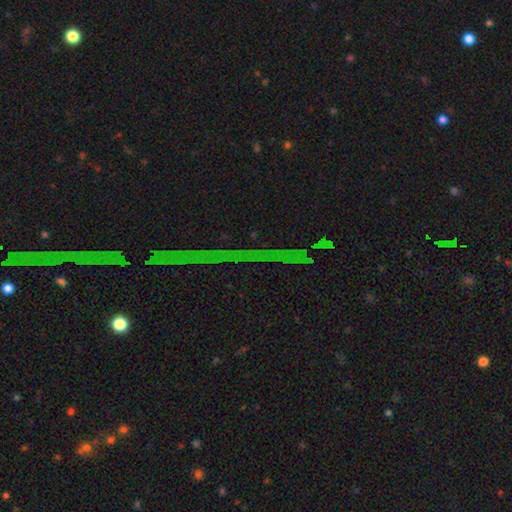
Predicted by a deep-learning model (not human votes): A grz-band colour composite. It shows a star or artifact, not a galaxy (83%).